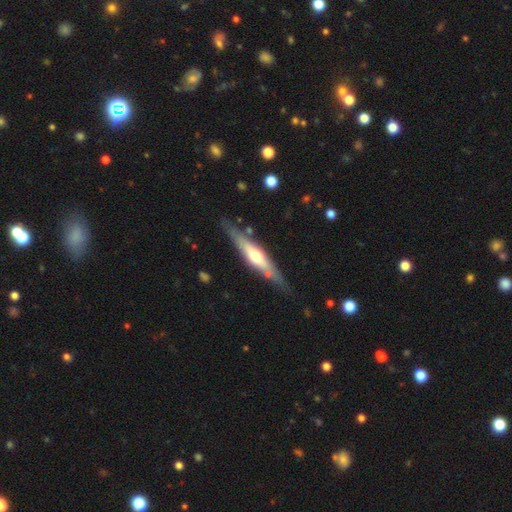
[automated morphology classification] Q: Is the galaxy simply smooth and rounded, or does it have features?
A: featured or disk — 62%.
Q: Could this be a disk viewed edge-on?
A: yes — 90%.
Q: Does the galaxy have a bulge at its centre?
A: rounded — 85%.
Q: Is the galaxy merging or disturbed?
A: none — 79%.